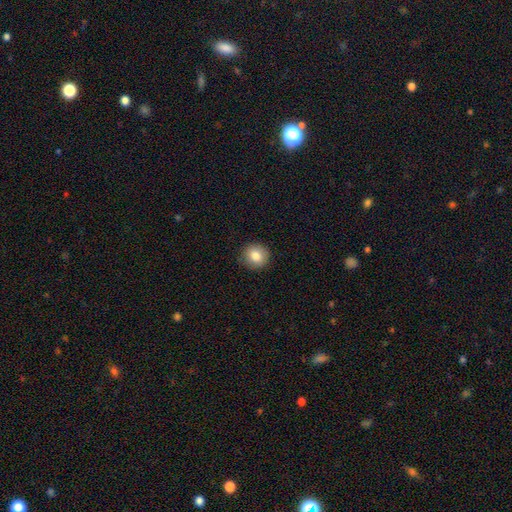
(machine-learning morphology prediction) Q: Smooth or featured?
A: smooth (83%); runner-up: star or artifact (9%)
Q: How rounded?
A: round (90%); runner-up: in between (9%)
Q: Merging?
A: none (91%); runner-up: minor disturbance (6%)